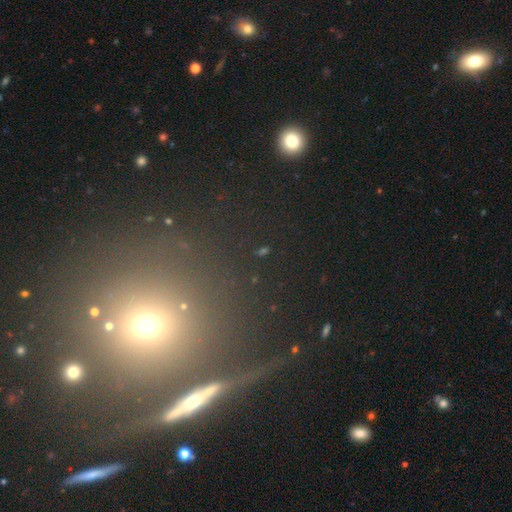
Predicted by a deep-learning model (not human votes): star or artifact 49%, smooth 34%, featured or disk 17%.